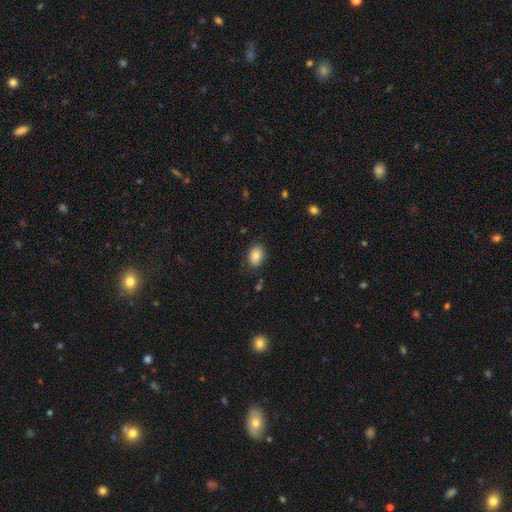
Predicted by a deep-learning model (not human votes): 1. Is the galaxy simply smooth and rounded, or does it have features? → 85% smooth, 8% star or artifact, 6% featured or disk.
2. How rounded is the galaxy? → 78% in between, 21% round, 1% cigar-shaped.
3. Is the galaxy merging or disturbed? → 82% none, 13% minor disturbance, 3% major disturbance, 1% merger.